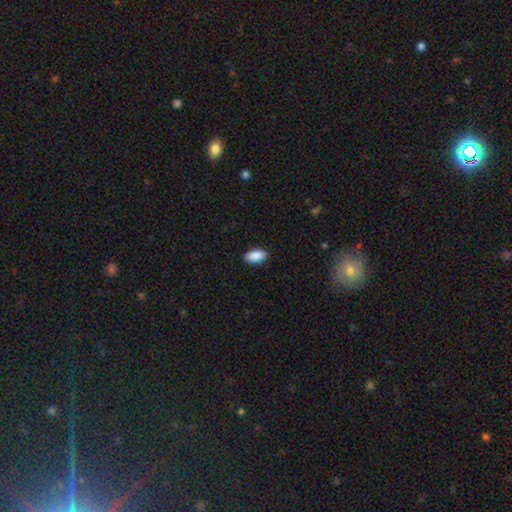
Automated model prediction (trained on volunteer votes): A smooth galaxy with no disk features (90%) that is in between round and cigar-shaped (94%). Merging: none (89%).